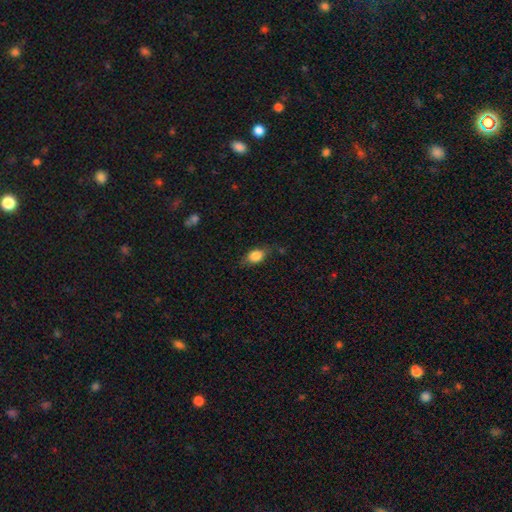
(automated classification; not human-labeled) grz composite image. It shows a smooth galaxy with no disk features (81%) that is in between round and cigar-shaped (76%). Merging: none (70%).